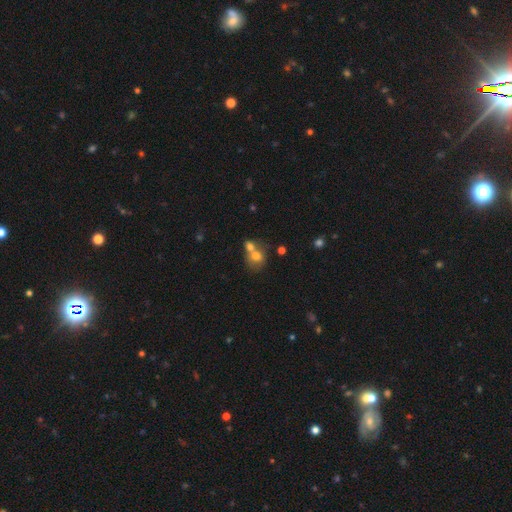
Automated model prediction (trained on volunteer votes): smooth_or_featured: smooth (p=0.70) [alt: featured or disk p=0.18]
how_rounded: round (p=0.68) [alt: in between p=0.31]
merging: merger (p=0.58) [alt: none p=0.30]